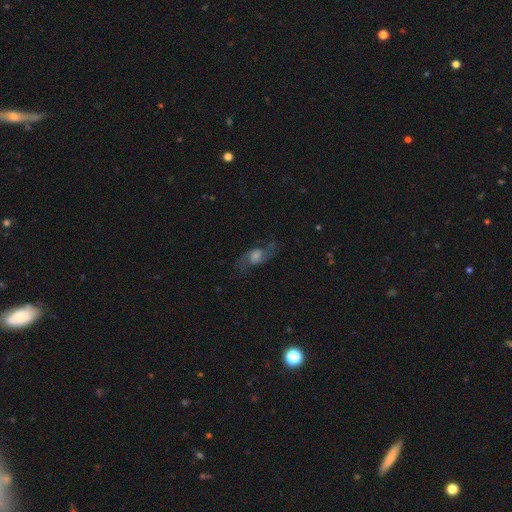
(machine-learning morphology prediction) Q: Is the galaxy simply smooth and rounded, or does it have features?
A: featured or disk — 67%.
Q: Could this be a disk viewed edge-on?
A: no — 89%.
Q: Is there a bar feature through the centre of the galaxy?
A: no — 58%.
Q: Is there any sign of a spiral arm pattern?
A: yes — 89%.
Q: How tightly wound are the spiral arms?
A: loose — 56%.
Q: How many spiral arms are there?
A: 2 — 88%.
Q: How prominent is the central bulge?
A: moderate — 44%.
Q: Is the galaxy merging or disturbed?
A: none — 71%.